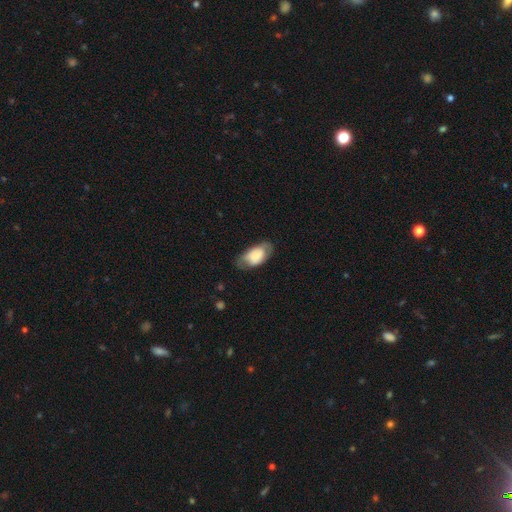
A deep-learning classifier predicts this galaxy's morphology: Smooth or featured: smooth — 73% (featured or disk — 20%)
How rounded: in between — 93% (round — 5%)
Merging: none — 63% (minor disturbance — 26%)